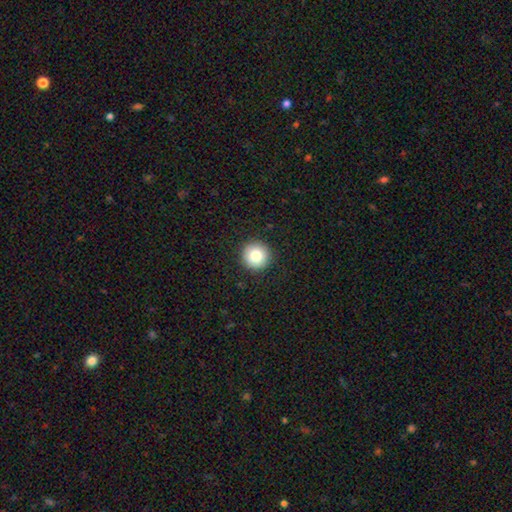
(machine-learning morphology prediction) Smooth or featured? smooth (83%)
How rounded? round (96%)
Merging? none (92%)